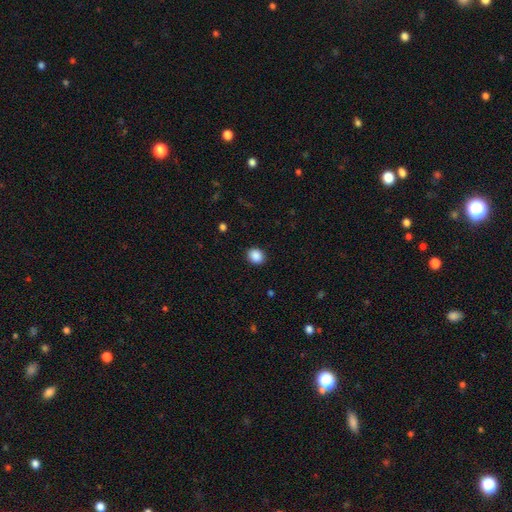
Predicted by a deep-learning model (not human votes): Overall: smooth (89%). How rounded: round (61%; in between 38%). Merging: none (90%).